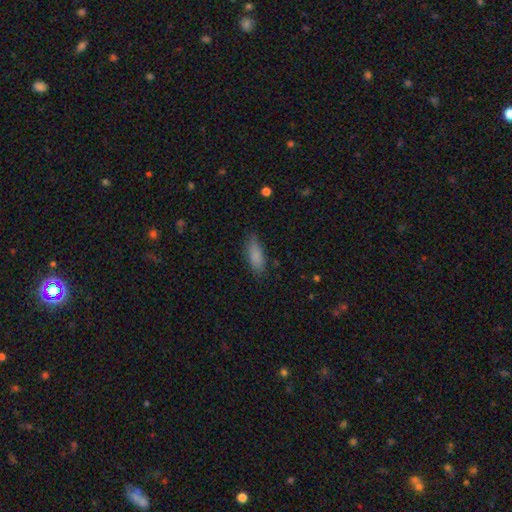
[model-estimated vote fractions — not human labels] Morphology: type=smooth (85%); roundness=in between (64%); merging=none (80%).